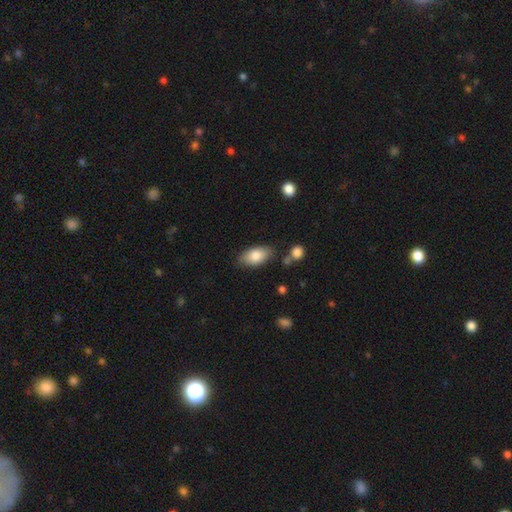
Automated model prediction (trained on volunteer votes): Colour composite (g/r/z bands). It shows a smooth galaxy with no disk features (82%) that is in between round and cigar-shaped (92%). Merging: none (78%).